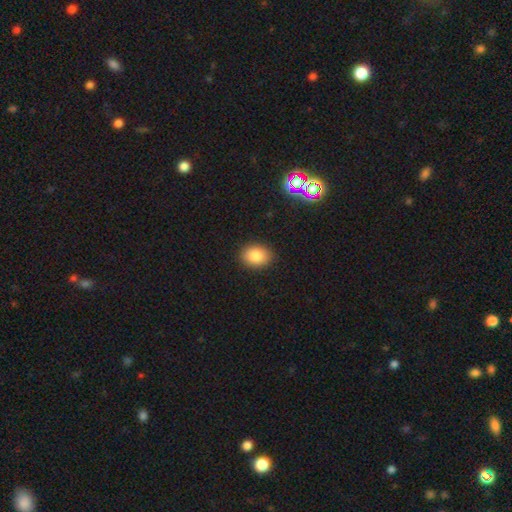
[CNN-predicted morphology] The model was most divided on "how rounded": in between: 61%, round: 38%, cigar-shaped: 1%. More confident: merging — none (89%); smooth or featured — smooth (84%).